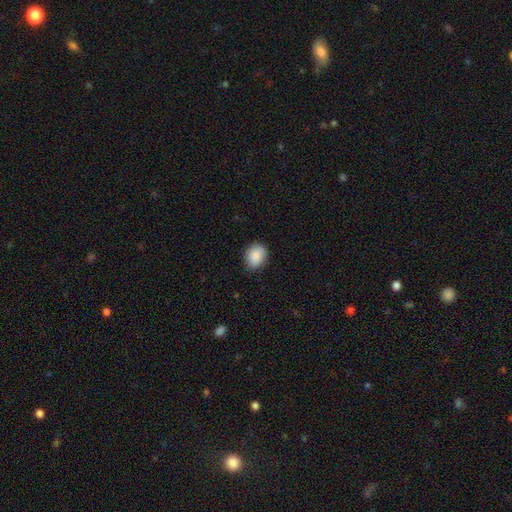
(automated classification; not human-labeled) Smooth or featured? Predicted: smooth (p=0.89). How rounded? Predicted: in between (p=0.52). Merging? Predicted: none (p=0.80).